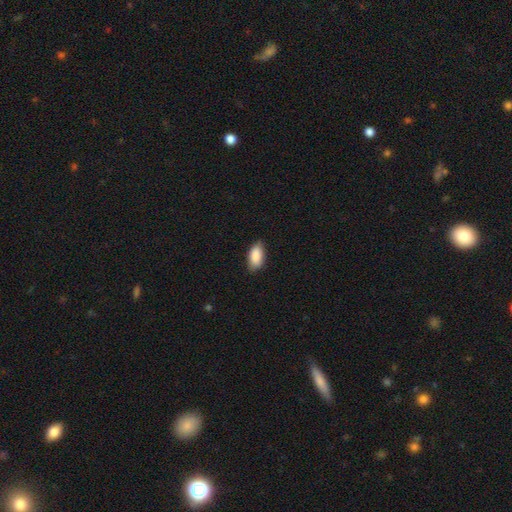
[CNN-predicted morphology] smooth_or_featured: smooth (p=0.89) [alt: star or artifact p=0.06]
how_rounded: in between (p=0.93) [alt: cigar-shaped p=0.05]
merging: none (p=0.81) [alt: minor disturbance p=0.16]